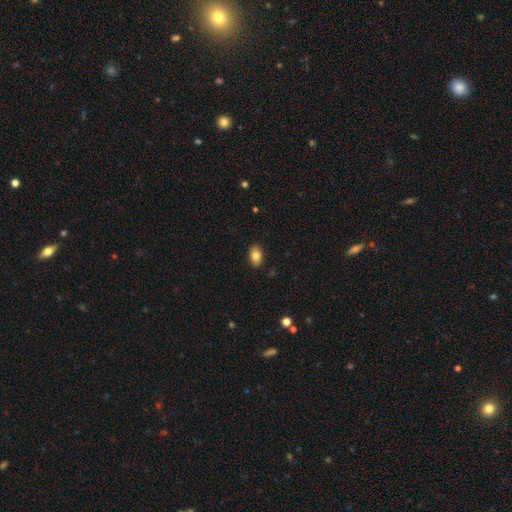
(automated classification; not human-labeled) Morphology: type=smooth (82%); roundness=in between (89%); merging=none (88%).